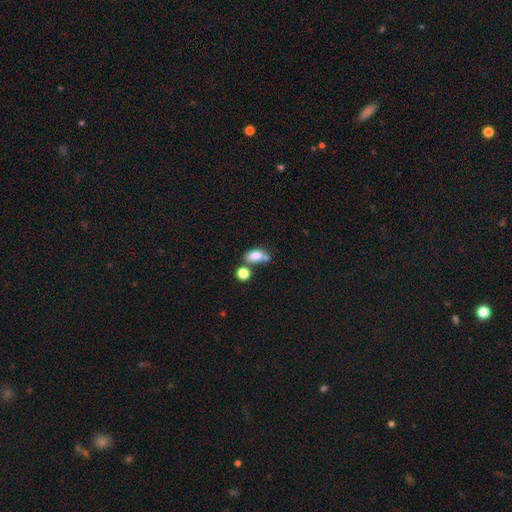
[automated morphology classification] A smooth galaxy with no disk features (79%) that is in between round and cigar-shaped (84%).

Vote fractions:
- Smooth or featured? smooth: 79% / featured or disk: 11% / star or artifact: 10%
- How rounded? in between: 84% / round: 13% / cigar-shaped: 3%
- Merging? none: 42% / merger: 32% / minor disturbance: 17% / major disturbance: 8%